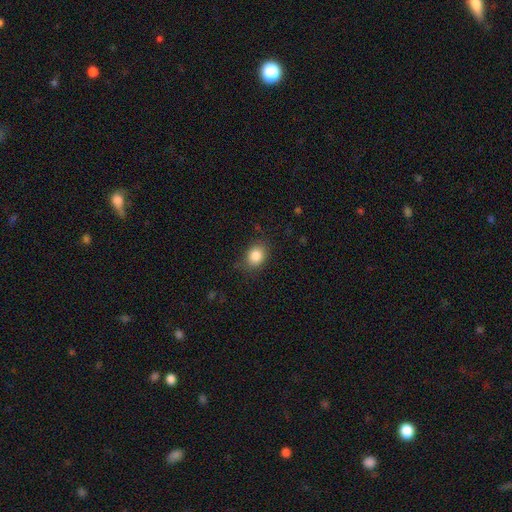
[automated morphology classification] smooth-or-featured: smooth: 86% | star or artifact: 9% | featured or disk: 6%
  how-rounded: in between: 54% | round: 45% | cigar-shaped: 1%
  merging: none: 78% | minor disturbance: 17% | major disturbance: 4% | merger: 1%